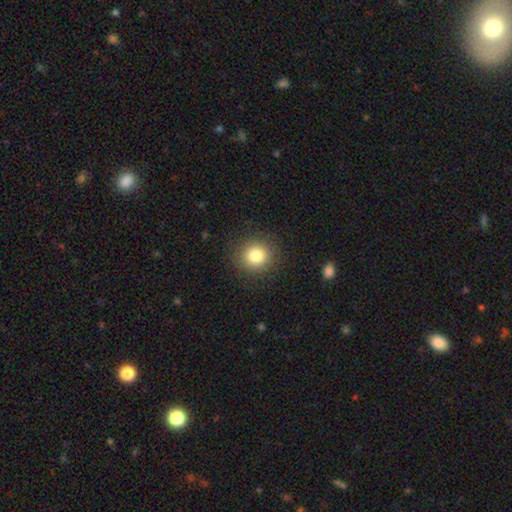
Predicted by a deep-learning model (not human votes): Smooth or featured?
  - smooth: 82% *
  - star or artifact: 11%
  - featured or disk: 7%
How rounded?
  - round: 87% *
  - in between: 12%
  - cigar-shaped: 1%
Merging?
  - none: 89% *
  - minor disturbance: 7%
  - major disturbance: 3%
  - merger: 1%